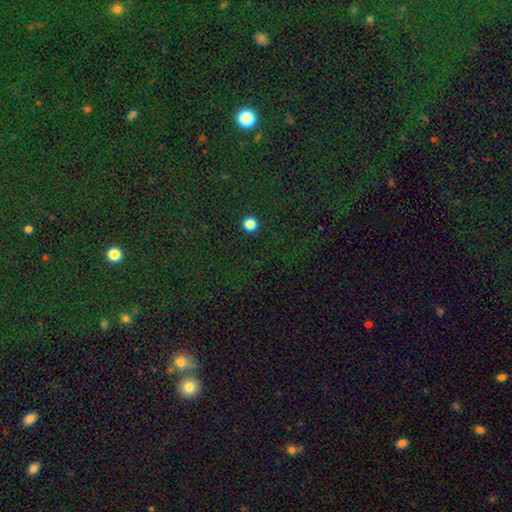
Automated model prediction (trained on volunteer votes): A star or artifact, not a galaxy (69%).

Vote fractions:
- Smooth or featured? star or artifact: 69% / smooth: 22% / featured or disk: 10%